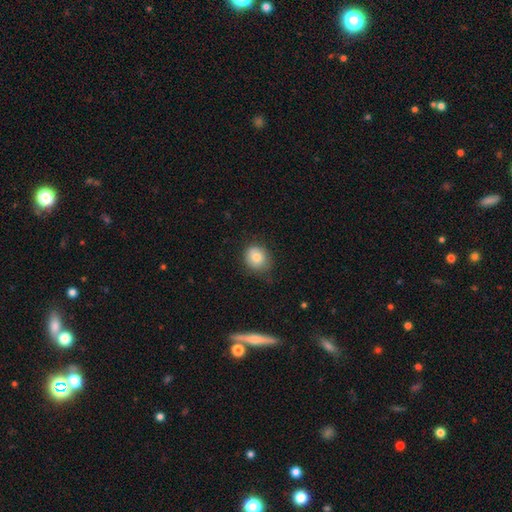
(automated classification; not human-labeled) This is clearly a smooth galaxy (80%). How rounded: likely round (70%). Merging: likely none (73%).